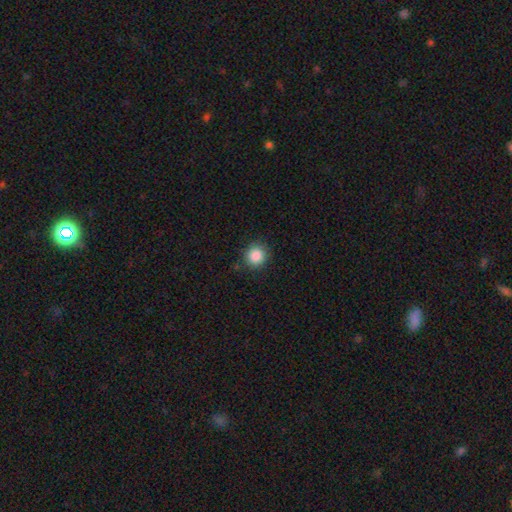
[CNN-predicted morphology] A smooth galaxy with no disk features (87%) that is round (91%).

Vote fractions:
- Smooth or featured? smooth: 87% / star or artifact: 10% / featured or disk: 3%
- How rounded? round: 91% / in between: 8% / cigar-shaped: 1%
- Merging? none: 87% / minor disturbance: 9% / major disturbance: 2% / merger: 1%